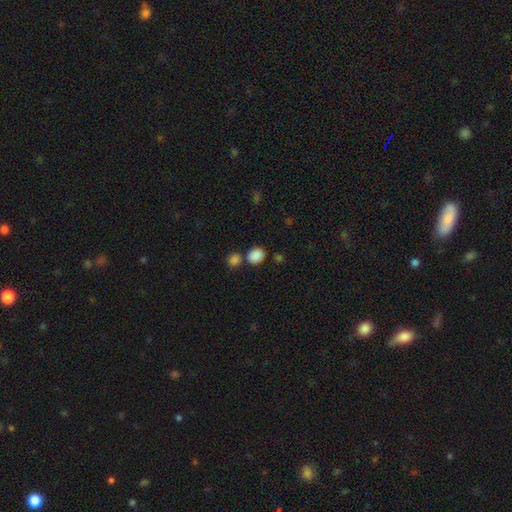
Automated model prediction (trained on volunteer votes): A smooth galaxy with no disk features (83%) that is round (60%). Merging: none (60%).